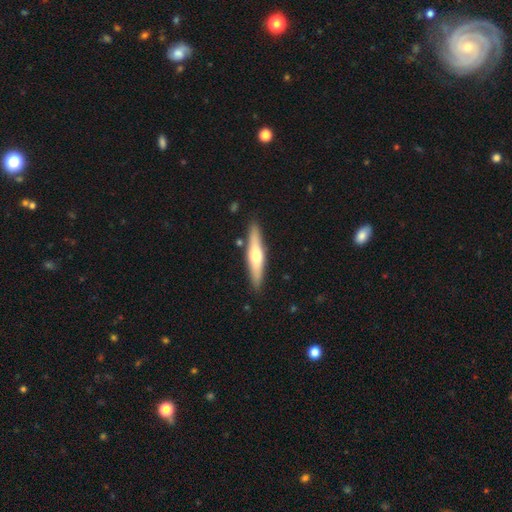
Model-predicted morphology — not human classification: Overall: featured or disk (51%; smooth 43%). Edge-on disk: yes (93%). Merging: none (87%).